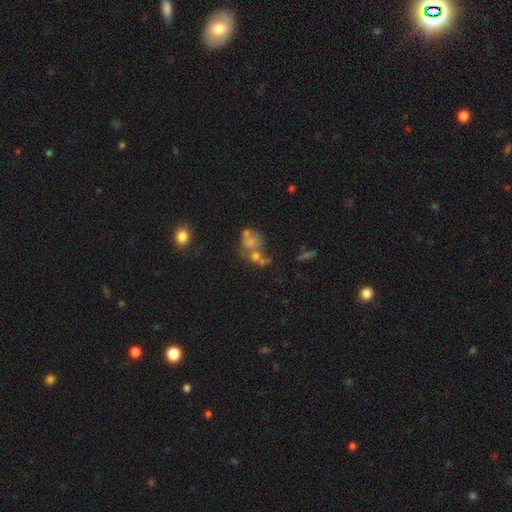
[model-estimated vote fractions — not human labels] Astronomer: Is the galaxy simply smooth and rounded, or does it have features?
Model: smooth — 41% (runner-up: star or artifact, 34%).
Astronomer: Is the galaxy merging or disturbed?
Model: merger — 40% (runner-up: none, 38%).